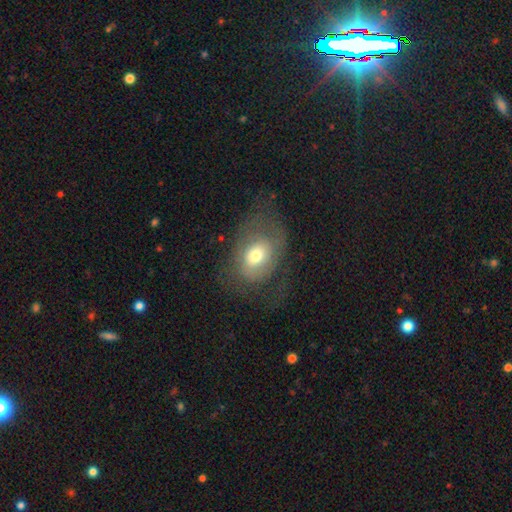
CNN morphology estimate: Smooth or featured?
  - smooth: 54% *
  - featured or disk: 37%
  - star or artifact: 9%
How rounded?
  - in between: 71% *
  - round: 27%
  - cigar-shaped: 1%
Merging?
  - none: 49% *
  - major disturbance: 28%
  - minor disturbance: 22%
  - merger: 2%